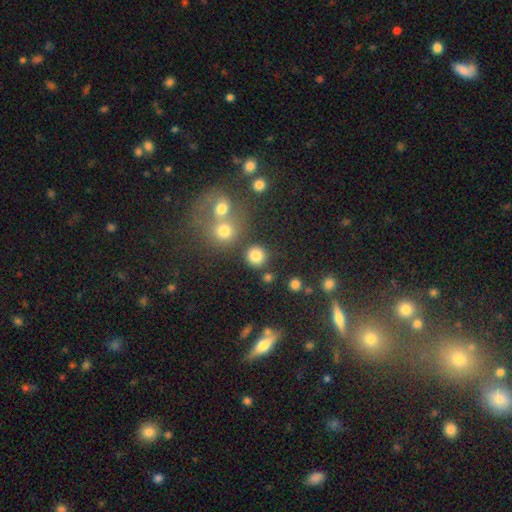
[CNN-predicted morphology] smooth 82%, star or artifact 13%, featured or disk 5%. Down the decision tree: how rounded — round (91%); merging — none (80%).